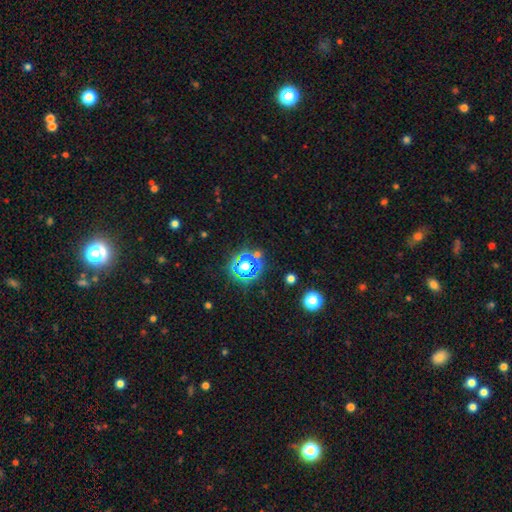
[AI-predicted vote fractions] smooth_or_featured: star or artifact (p=0.65) [alt: smooth p=0.27]